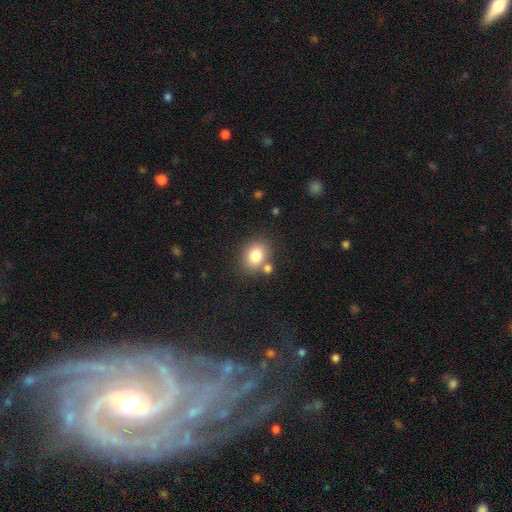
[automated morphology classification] The model was most divided on "how rounded": round: 52%, in between: 47%, cigar-shaped: 1%. More confident: smooth or featured — smooth (80%); merging — none (70%).